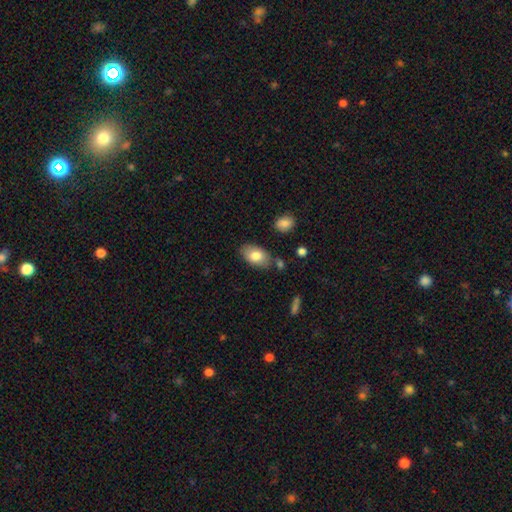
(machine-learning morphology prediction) smooth-or-featured: smooth: 80% | featured or disk: 13% | star or artifact: 7%
  how-rounded: in between: 92% | round: 6% | cigar-shaped: 1%
  merging: none: 79% | minor disturbance: 14% | merger: 4% | major disturbance: 3%